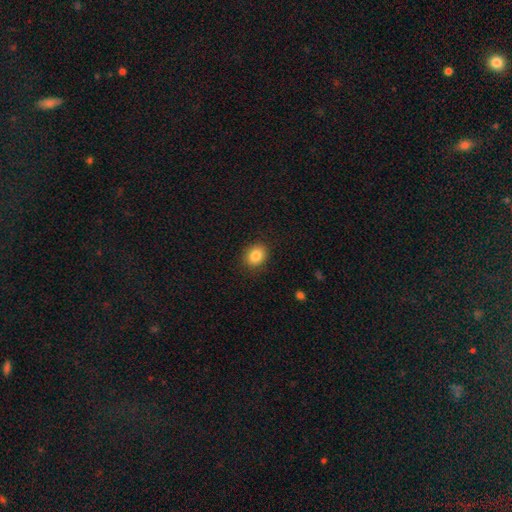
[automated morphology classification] Overall: smooth (85%). How rounded: round (55%; in between 44%). Merging: none (88%).